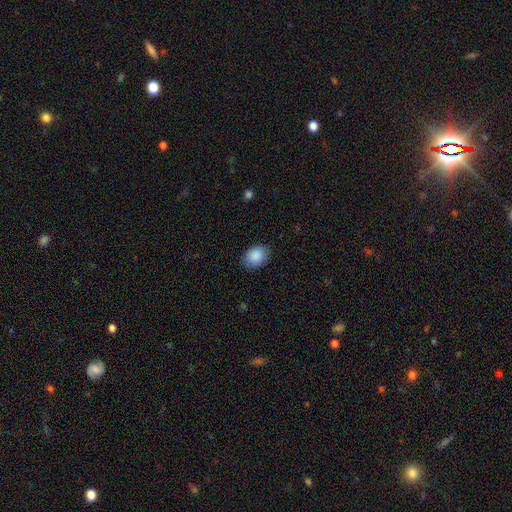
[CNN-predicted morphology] smooth-or-featured: smooth: 89% | star or artifact: 7% | featured or disk: 4%
  how-rounded: in between: 77% | round: 22% | cigar-shaped: 1%
  merging: none: 85% | minor disturbance: 11% | major disturbance: 3% | merger: 1%